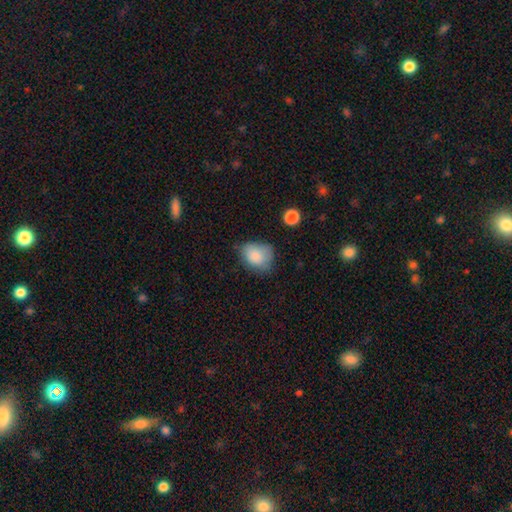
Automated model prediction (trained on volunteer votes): Morphology: type=smooth (82%); roundness=in between (59%); merging=none (54%).